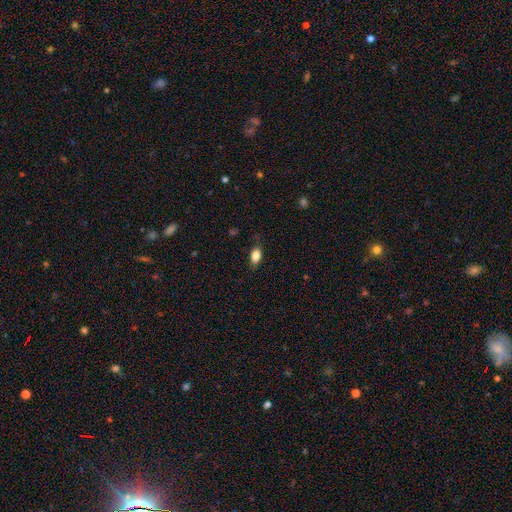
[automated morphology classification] smooth 83%, star or artifact 9%, featured or disk 9%. Down the decision tree: how rounded — in between (83%); merging — none (77%).